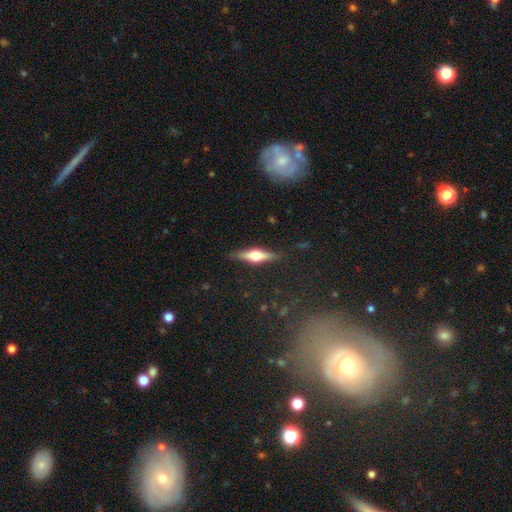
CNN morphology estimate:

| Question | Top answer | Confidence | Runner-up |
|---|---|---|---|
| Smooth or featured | featured or disk | 62% | smooth (32%) |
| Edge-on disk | yes | 95% | no (5%) |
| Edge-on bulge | rounded | 93% | boxy (5%) |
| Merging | none | 85% | minor disturbance (11%) |